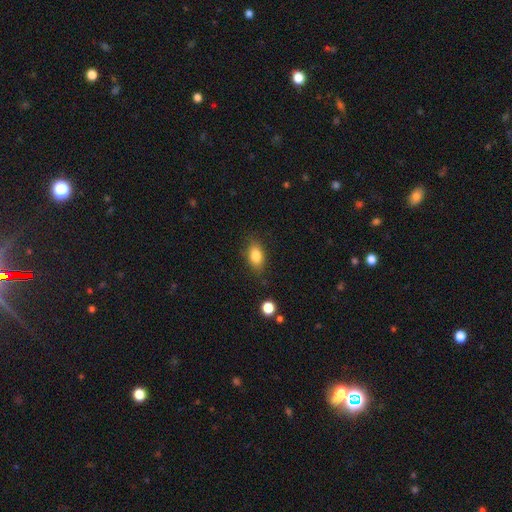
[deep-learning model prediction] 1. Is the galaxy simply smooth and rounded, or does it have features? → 83% smooth, 9% star or artifact, 8% featured or disk.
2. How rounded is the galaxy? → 82% in between, 15% round, 3% cigar-shaped.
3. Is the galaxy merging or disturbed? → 81% none, 14% minor disturbance, 3% major disturbance, 2% merger.